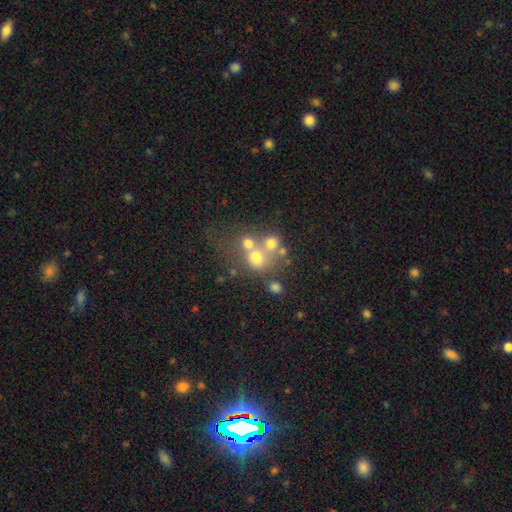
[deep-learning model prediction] Smooth or featured? smooth (58%)
How rounded? round (72%)
Merging? merger (47%)